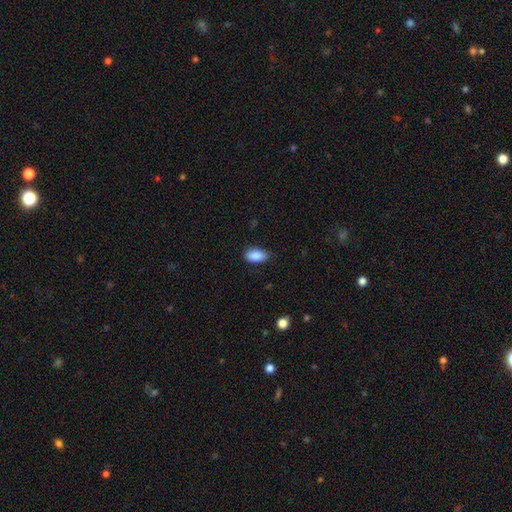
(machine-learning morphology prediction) type=smooth (88%); roundness=in between (93%); merging=none (80%).